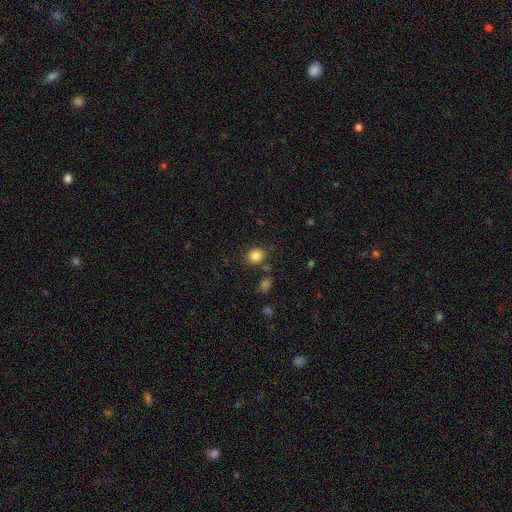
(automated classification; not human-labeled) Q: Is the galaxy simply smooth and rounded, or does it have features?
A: smooth — 84%.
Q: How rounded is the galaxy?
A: round — 75%.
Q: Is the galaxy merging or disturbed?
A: none — 80%.